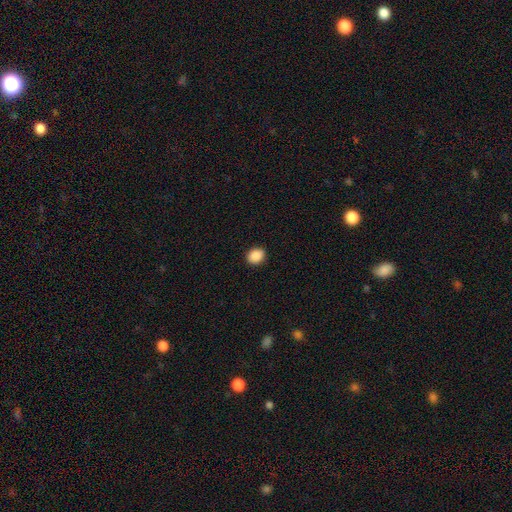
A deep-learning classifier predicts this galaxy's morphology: smooth-or-featured: smooth: 90% | star or artifact: 8% | featured or disk: 2%
  how-rounded: round: 55% | in between: 44% | cigar-shaped: 1%
  merging: none: 91% | minor disturbance: 6% | major disturbance: 2% | merger: 1%